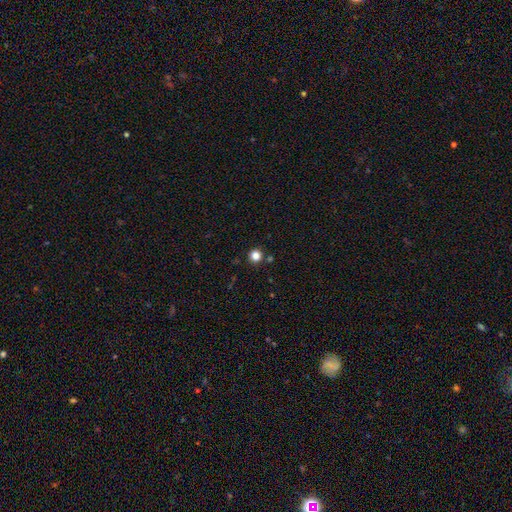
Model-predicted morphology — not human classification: Smooth or featured: smooth — 82% (star or artifact — 14%)
How rounded: round — 95% (in between — 4%)
Merging: none — 89% (minor disturbance — 5%)